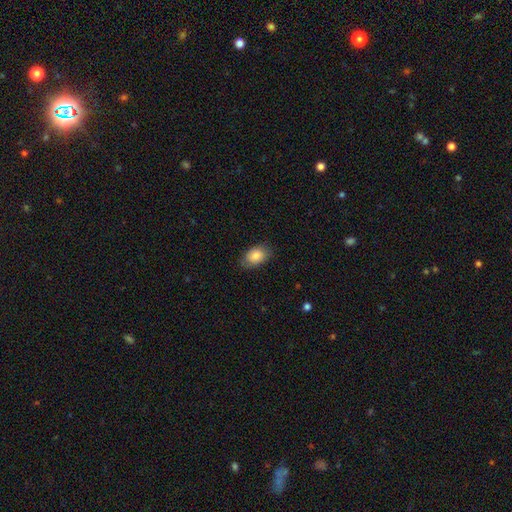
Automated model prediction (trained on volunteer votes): Smooth or featured? smooth (82%)
How rounded? in between (86%)
Merging? none (78%)